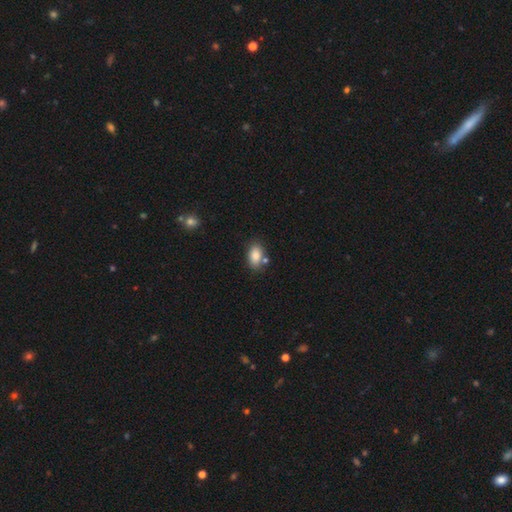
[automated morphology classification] Smooth or featured? Predicted: smooth (p=0.86). How rounded? Predicted: in between (p=0.89). Merging? Predicted: none (p=0.70).